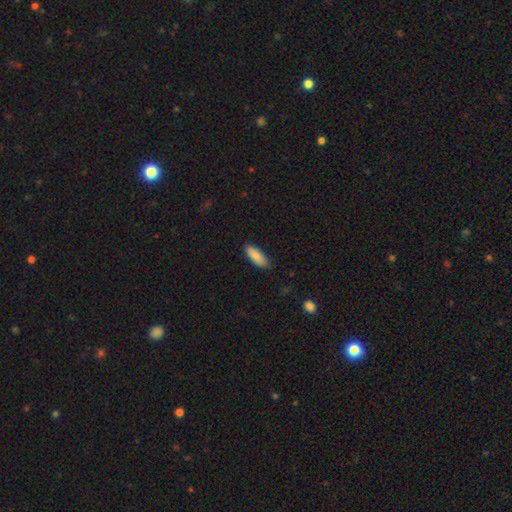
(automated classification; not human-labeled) This is clearly a smooth galaxy (88%). How rounded: likely in between (73%). Merging: clearly none (84%).